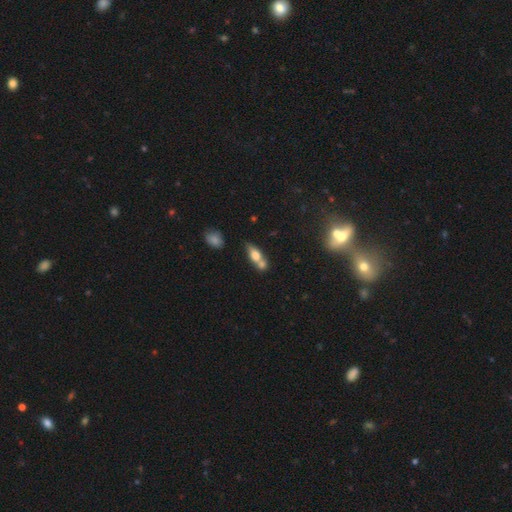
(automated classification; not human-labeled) A smooth galaxy with no disk features (66%) that is in between round and cigar-shaped (66%).

Vote fractions:
- Smooth or featured? smooth: 66% / featured or disk: 24% / star or artifact: 10%
- How rounded? in between: 66% / cigar-shaped: 17% / round: 16%
- Merging? merger: 56% / none: 29% / minor disturbance: 10% / major disturbance: 5%